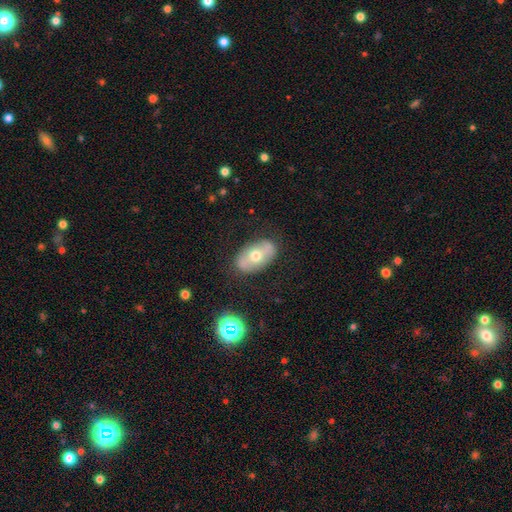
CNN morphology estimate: Q: Smooth or featured?
A: featured or disk (46%); tied with: smooth (46%)
Q: Merging?
A: none (80%); runner-up: minor disturbance (14%)